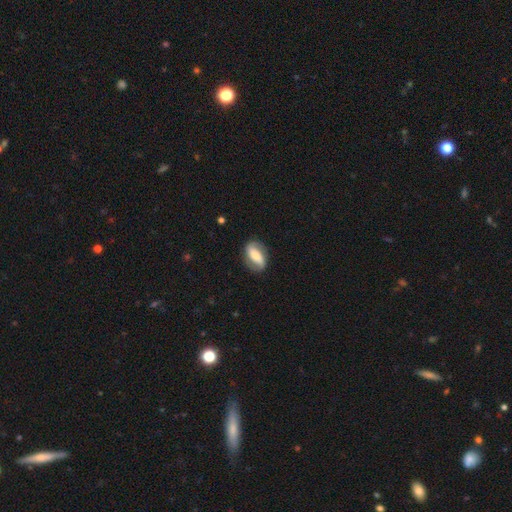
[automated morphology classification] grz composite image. It shows a featured or disk galaxy (62%) with a strong bar (47%), spiral arms (83%) and a moderate central bulge (50%). Merging: none (80%).